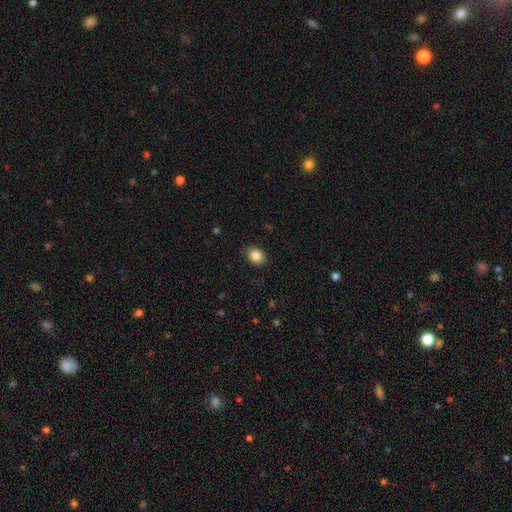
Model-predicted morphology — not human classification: Smooth or featured?
  - smooth: 86% *
  - star or artifact: 9%
  - featured or disk: 5%
How rounded?
  - in between: 68% *
  - round: 31%
  - cigar-shaped: 1%
Merging?
  - none: 86% *
  - minor disturbance: 11%
  - major disturbance: 2%
  - merger: 1%